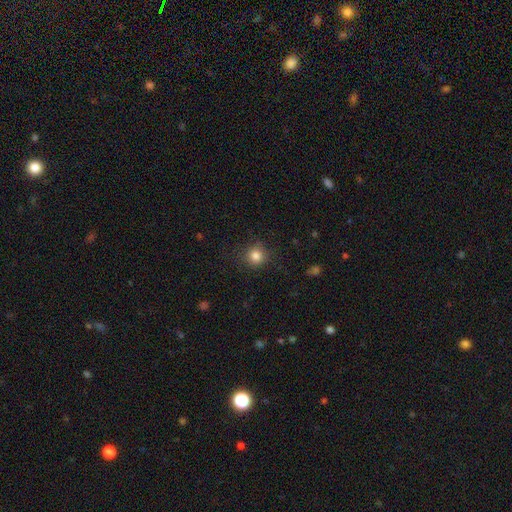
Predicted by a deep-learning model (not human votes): A smooth galaxy with no disk features (83%) that is round (91%). Merging: none (85%).